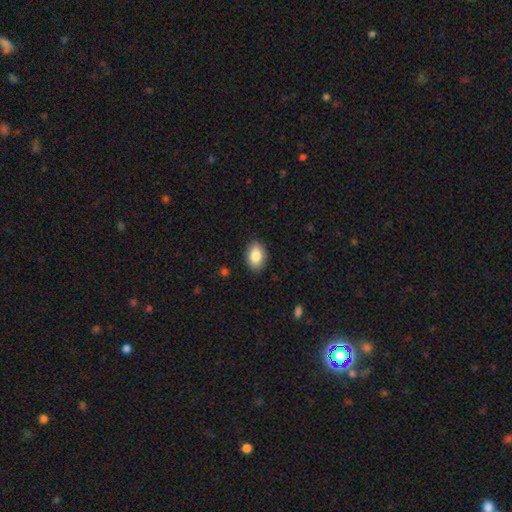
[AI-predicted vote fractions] smooth 85%, featured or disk 8%, star or artifact 7%. Down the decision tree: how rounded — in between (88%); merging — none (88%).